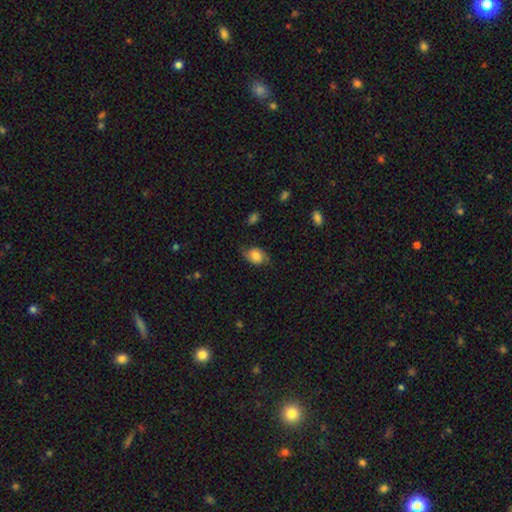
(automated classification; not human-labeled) A smooth galaxy with no disk features (53%) that is in between round and cigar-shaped (70%).

Vote fractions:
- Smooth or featured? smooth: 53% / featured or disk: 37% / star or artifact: 9%
- How rounded? in between: 70% / round: 28% / cigar-shaped: 2%
- Merging? none: 65% / minor disturbance: 24% / major disturbance: 10% / merger: 1%